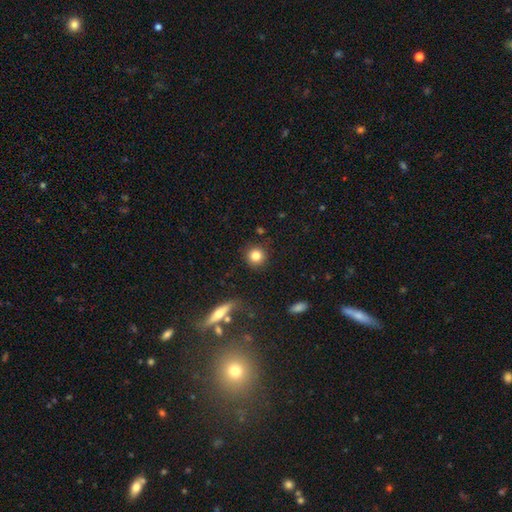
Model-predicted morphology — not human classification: smooth_or_featured: smooth (p=0.82) [alt: star or artifact p=0.10]
how_rounded: round (p=0.92) [alt: in between p=0.07]
merging: none (p=0.88) [alt: minor disturbance p=0.07]